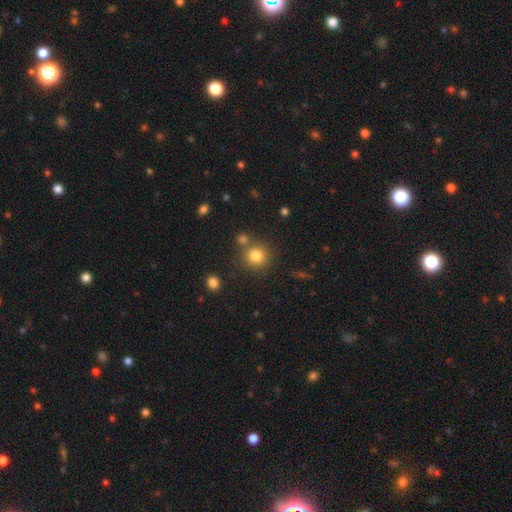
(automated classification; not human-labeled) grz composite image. It shows a smooth galaxy with no disk features (81%) that is round (90%). Merging: none (74%).